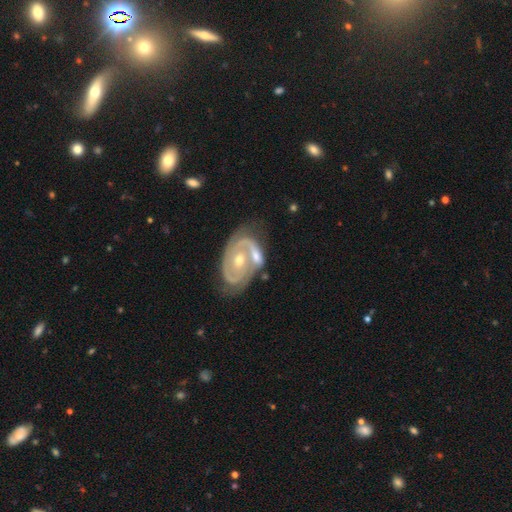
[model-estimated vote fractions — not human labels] This is likely a featured or disk galaxy (78%). It is clearly not viewed edge-on (95%). Bar: likely no (62%). Spiral arm pattern: clearly yes (82%). Spiral arm count: likely 2 (67%). Spiral winding: possibly tight (51%). Central bulge: possibly moderate (56%). Merging: possibly merger (49%).